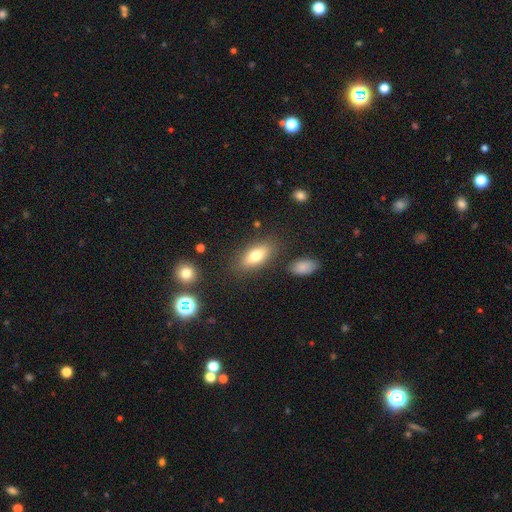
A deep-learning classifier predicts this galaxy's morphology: Smooth or featured?
  - smooth: 77% *
  - featured or disk: 15%
  - star or artifact: 8%
How rounded?
  - in between: 84% *
  - cigar-shaped: 12%
  - round: 5%
Merging?
  - none: 82% *
  - minor disturbance: 11%
  - merger: 4%
  - major disturbance: 3%